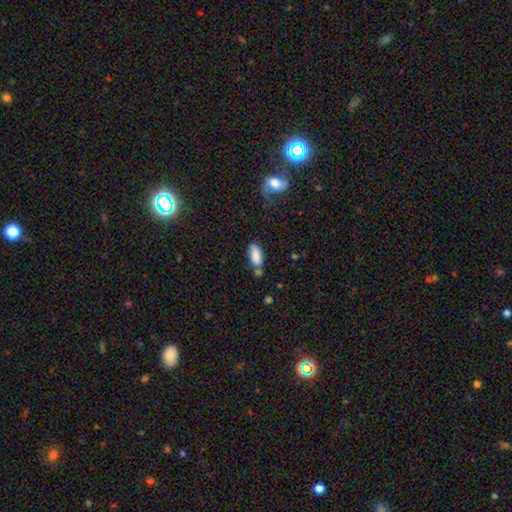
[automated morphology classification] Smooth or featured? smooth (84%)
How rounded? in between (86%)
Merging? none (57%)